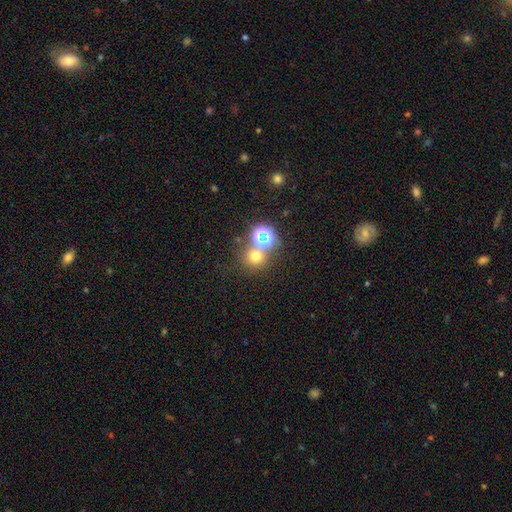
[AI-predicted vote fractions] Smooth or featured?
  - smooth: 64% *
  - star or artifact: 29%
  - featured or disk: 8%
How rounded?
  - round: 90% *
  - in between: 9%
  - cigar-shaped: 1%
Merging?
  - none: 68% *
  - merger: 22%
  - minor disturbance: 7%
  - major disturbance: 4%